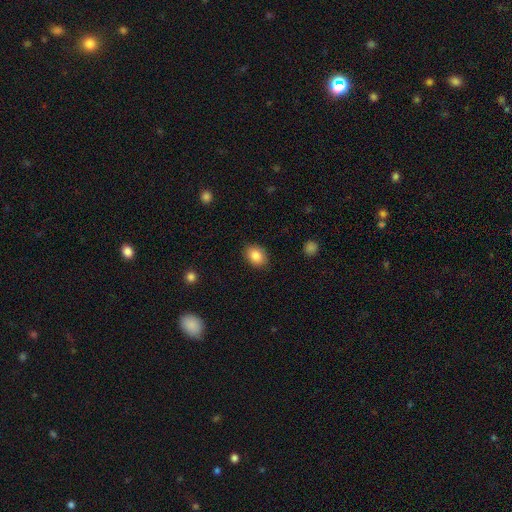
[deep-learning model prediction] Q: Smooth or featured?
A: smooth (85%); runner-up: star or artifact (8%)
Q: How rounded?
A: in between (68%); runner-up: round (31%)
Q: Merging?
A: none (87%); runner-up: minor disturbance (10%)